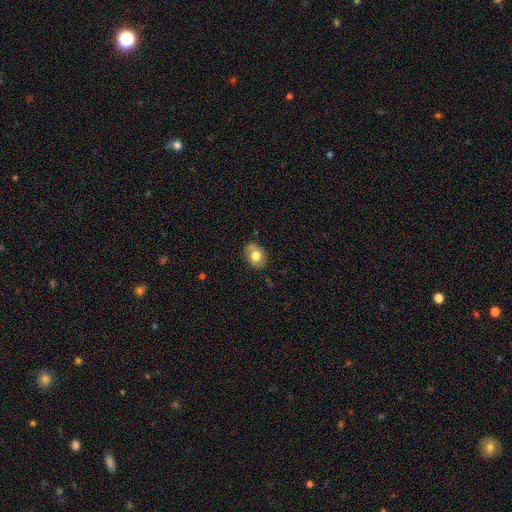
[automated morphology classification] A smooth galaxy with no disk features (75%) that is in between round and cigar-shaped (63%).

Vote fractions:
- Smooth or featured? smooth: 75% / featured or disk: 16% / star or artifact: 9%
- How rounded? in between: 63% / round: 36% / cigar-shaped: 1%
- Merging? none: 72% / minor disturbance: 19% / merger: 5% / major disturbance: 4%